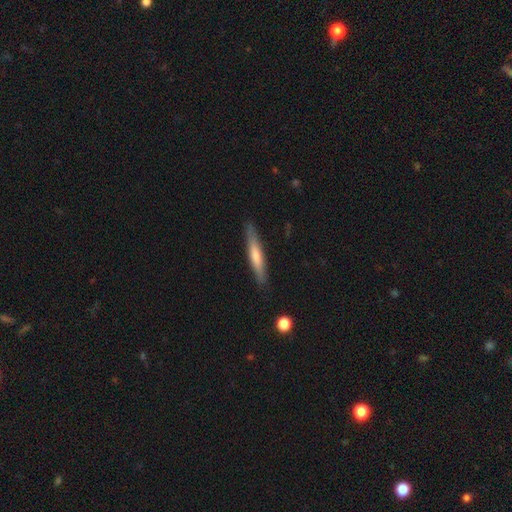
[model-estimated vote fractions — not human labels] A smooth galaxy with no disk features (56%) that is cigar-shaped (93%). Merging: none (88%).